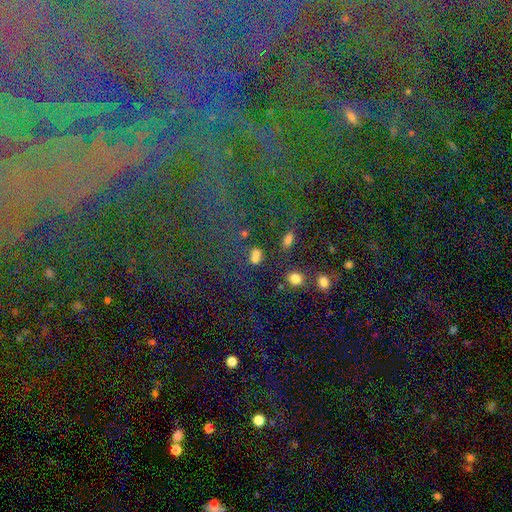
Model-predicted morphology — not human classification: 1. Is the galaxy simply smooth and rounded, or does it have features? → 66% smooth, 24% star or artifact, 10% featured or disk.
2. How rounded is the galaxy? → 59% round, 38% in between, 3% cigar-shaped.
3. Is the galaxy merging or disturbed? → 58% none, 21% merger, 13% minor disturbance, 8% major disturbance.